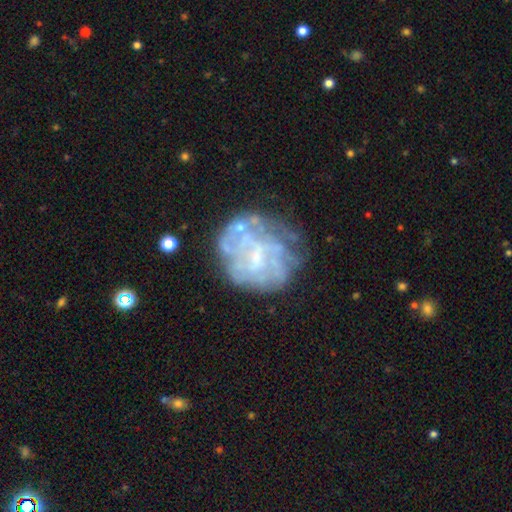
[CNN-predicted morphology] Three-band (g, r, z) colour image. It shows a featured or disk galaxy (70%) with no bar (59%), no spiral arms (55%) and a small central bulge (53%). Merging: none (57%).